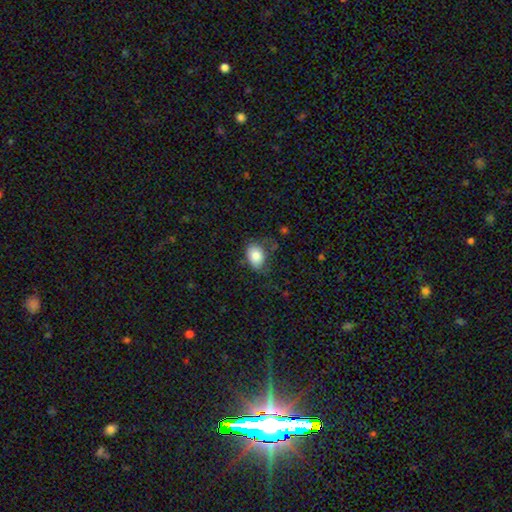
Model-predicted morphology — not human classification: Smooth or featured? smooth (81%)
How rounded? in between (74%)
Merging? none (57%)